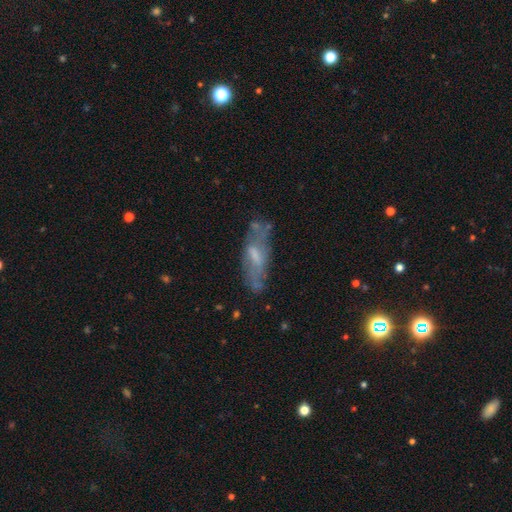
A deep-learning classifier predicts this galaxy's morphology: Smooth or featured? featured or disk (55%)
Edge-on disk? no (73%)
Merging? none (62%)